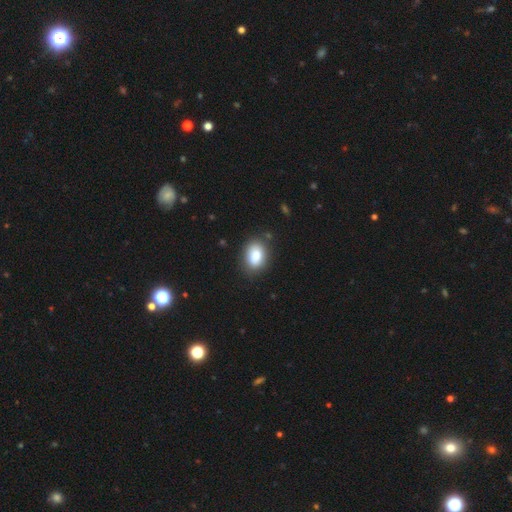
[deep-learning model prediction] This appears to be a smooth galaxy with no disk features (83%) that is in between round and cigar-shaped (78%). Merging: none (81%).